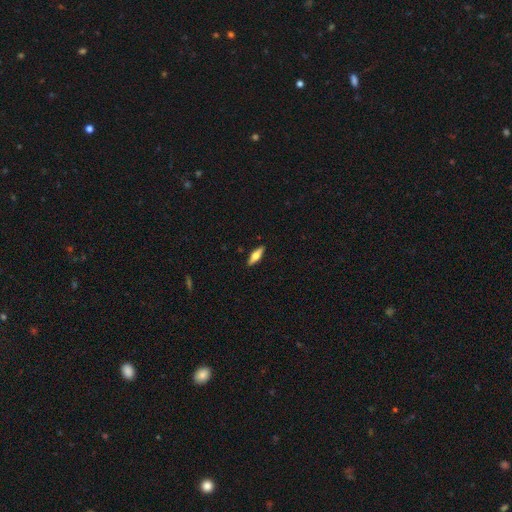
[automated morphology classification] Smooth or featured?
  - smooth: 54% *
  - featured or disk: 40%
  - star or artifact: 6%
How rounded?
  - in between: 50% *
  - cigar-shaped: 48%
  - round: 3%
Merging?
  - none: 90% *
  - minor disturbance: 7%
  - major disturbance: 2%
  - merger: 1%